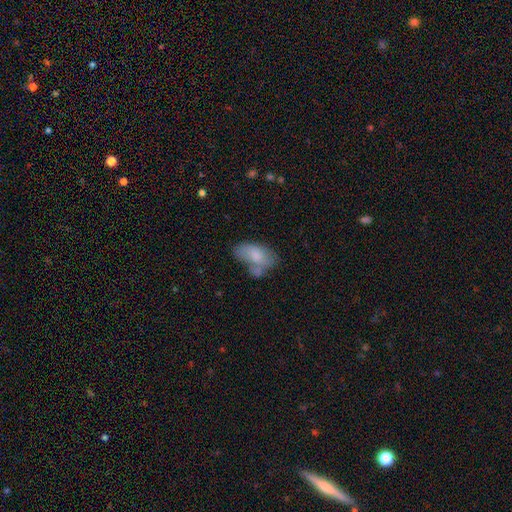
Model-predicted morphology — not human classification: Q: Smooth or featured?
A: smooth (73%); runner-up: featured or disk (20%)
Q: How rounded?
A: in between (93%); runner-up: round (5%)
Q: Merging?
A: none (35%); runner-up: merger (30%)